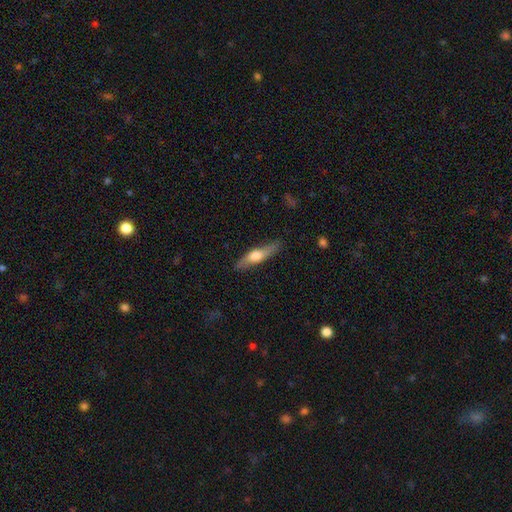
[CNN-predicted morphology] A featured or disk galaxy (49%). Merging: none (85%).